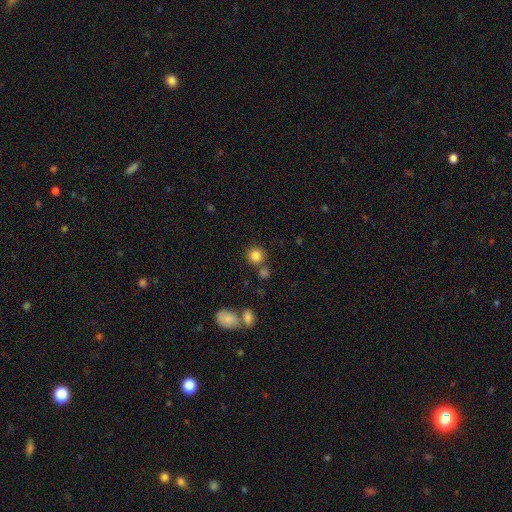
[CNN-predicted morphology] Smooth or featured?
  - smooth: 83% *
  - star or artifact: 11%
  - featured or disk: 6%
How rounded?
  - round: 92% *
  - in between: 8%
  - cigar-shaped: 1%
Merging?
  - none: 74% *
  - merger: 13%
  - minor disturbance: 9%
  - major disturbance: 3%